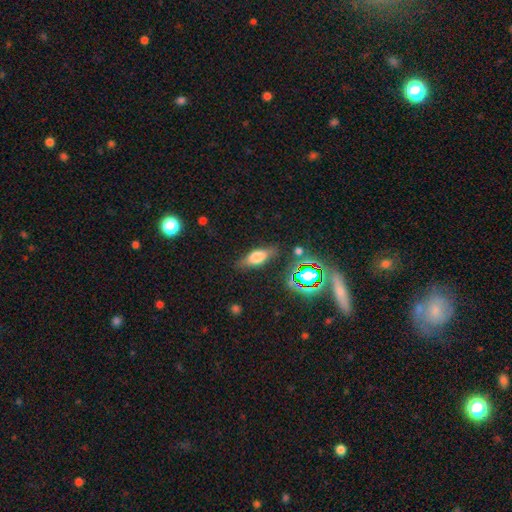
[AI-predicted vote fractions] This appears to be a smooth galaxy with no disk features (60%) that is in between round and cigar-shaped (68%). Merging: none (78%).